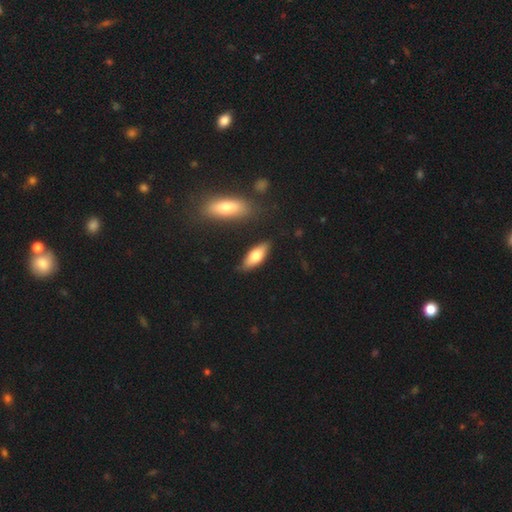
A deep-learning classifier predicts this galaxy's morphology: Smooth or featured? smooth (70%)
How rounded? in between (70%)
Merging? none (81%)